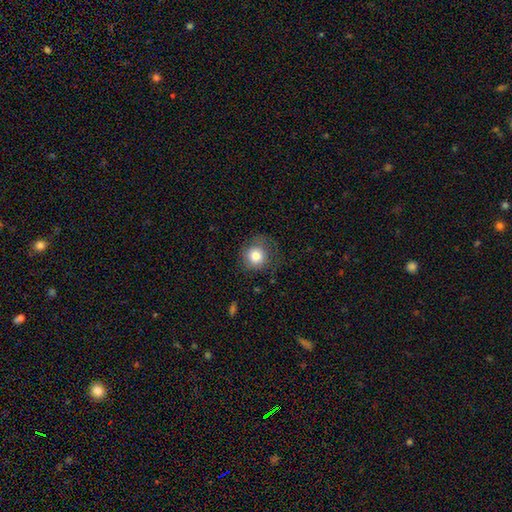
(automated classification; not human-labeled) smooth 81%, star or artifact 10%, featured or disk 9%. Down the decision tree: how rounded — round (87%); merging — none (71%).